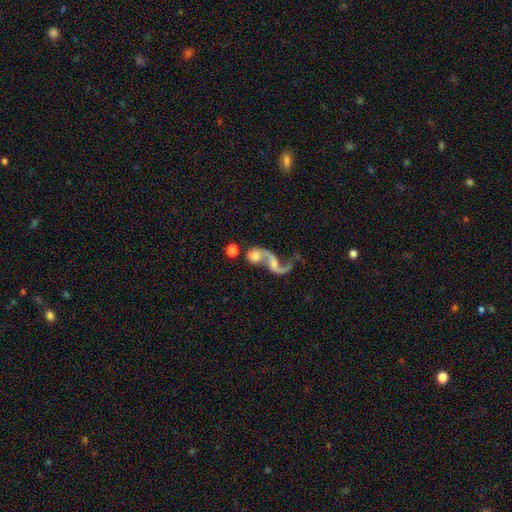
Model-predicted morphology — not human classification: This appears to be a featured or disk galaxy (62%) with no bar (57%), spiral arms (77%) and a small central bulge (38%). Merging: merger (49%).